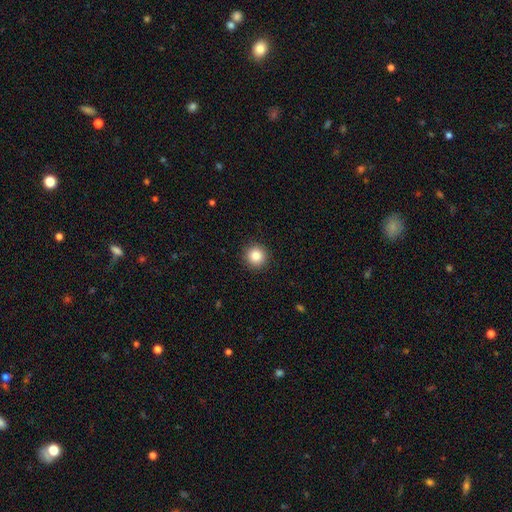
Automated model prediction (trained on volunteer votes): Smooth or featured? Predicted: smooth (p=0.85). How rounded? Predicted: round (p=0.95). Merging? Predicted: none (p=0.92).